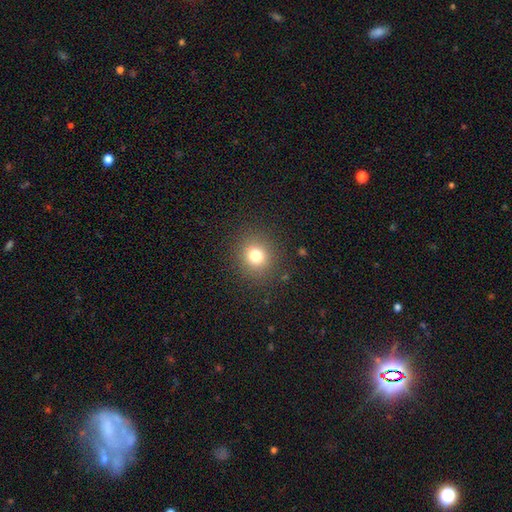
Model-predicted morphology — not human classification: type=smooth (78%); roundness=round (86%); merging=none (88%).